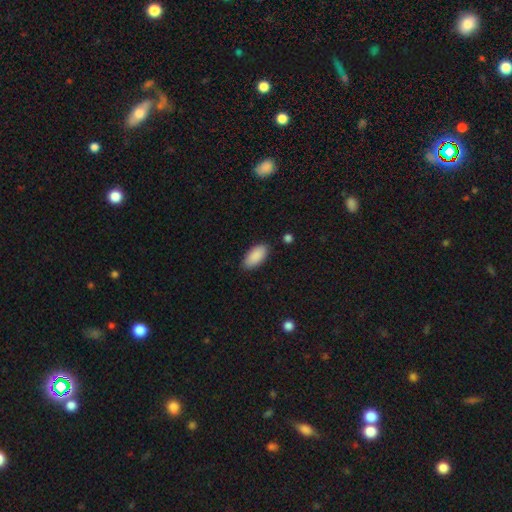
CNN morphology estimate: This is clearly a smooth galaxy (90%). How rounded: clearly in between (92%). Merging: clearly none (87%).